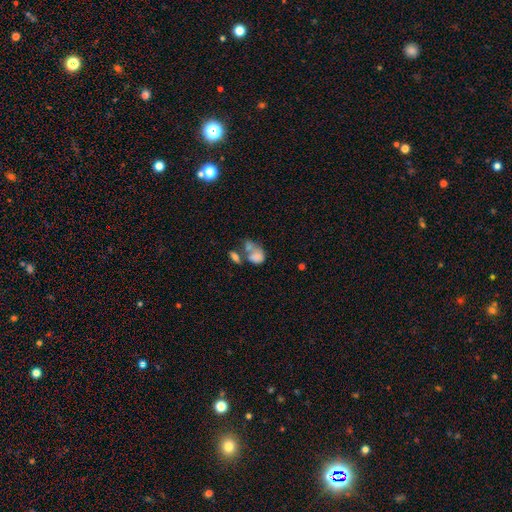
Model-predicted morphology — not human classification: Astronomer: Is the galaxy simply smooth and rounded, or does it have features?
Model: smooth — 71%.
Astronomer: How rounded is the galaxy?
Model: in between — 65%.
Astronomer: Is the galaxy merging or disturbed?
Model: merger — 52%.